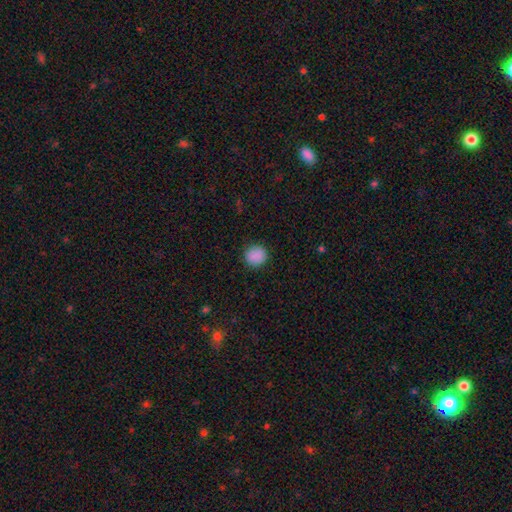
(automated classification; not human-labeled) Smooth or featured? Predicted: smooth (p=0.89). How rounded? Predicted: round (p=0.91). Merging? Predicted: none (p=0.90).